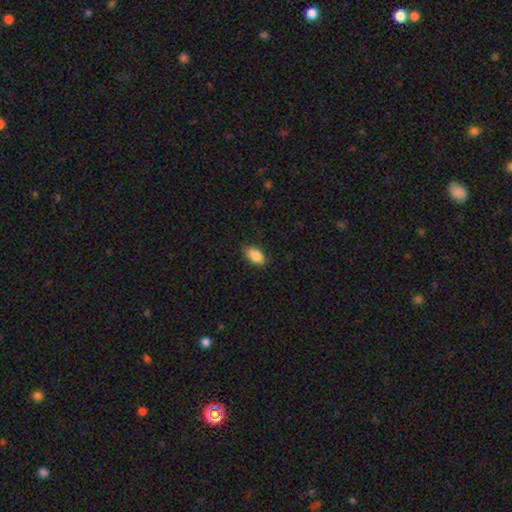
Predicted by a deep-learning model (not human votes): Morphology: type=smooth (87%); roundness=in between (91%); merging=none (85%).